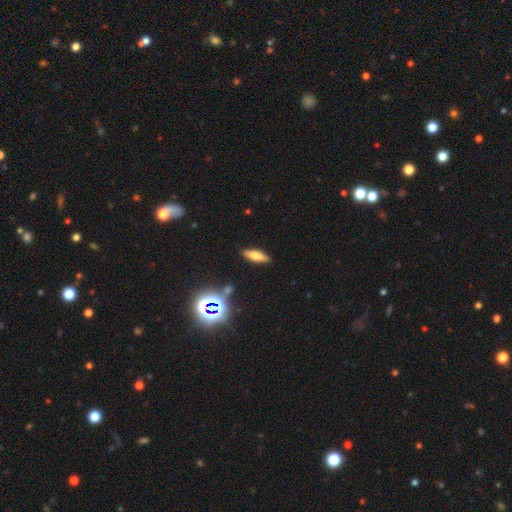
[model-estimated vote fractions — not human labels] Smooth or featured: smooth — 64% (featured or disk — 22%)
How rounded: in between — 49% (cigar-shaped — 48%)
Merging: none — 87% (minor disturbance — 9%)